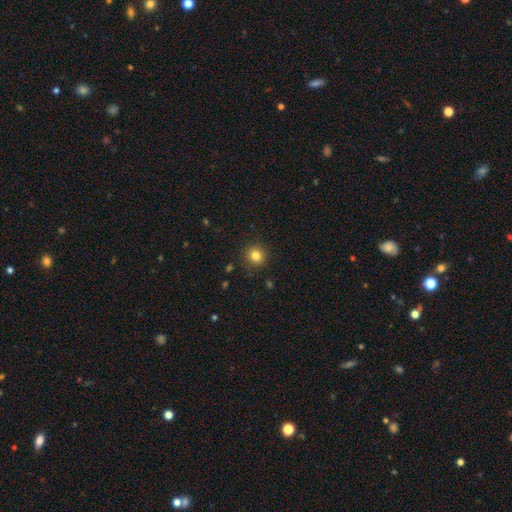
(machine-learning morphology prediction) A smooth galaxy with no disk features (82%) that is round (93%).

Vote fractions:
- Smooth or featured? smooth: 82% / star or artifact: 12% / featured or disk: 6%
- How rounded? round: 93% / in between: 6% / cigar-shaped: 1%
- Merging? none: 90% / minor disturbance: 7% / major disturbance: 2% / merger: 1%